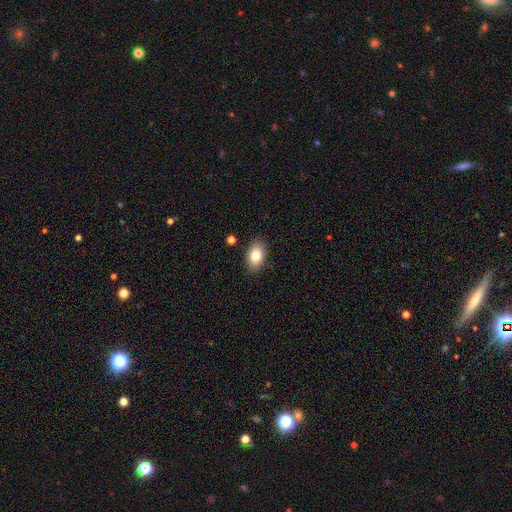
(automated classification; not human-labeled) This appears to be a smooth galaxy with no disk features (80%) that is in between round and cigar-shaped (89%). Merging: none (86%).